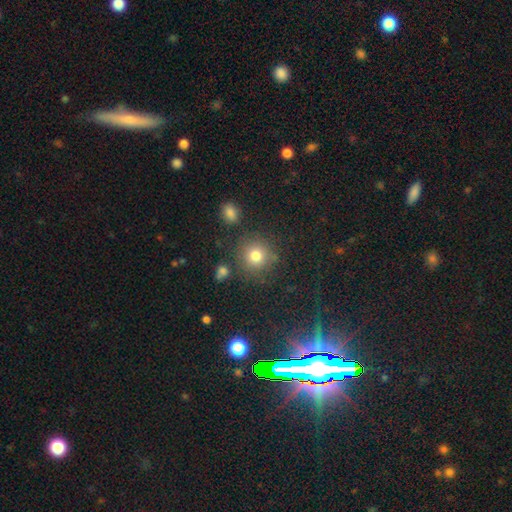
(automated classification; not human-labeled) A smooth galaxy with no disk features (78%) that is round (92%). Merging: none (81%).